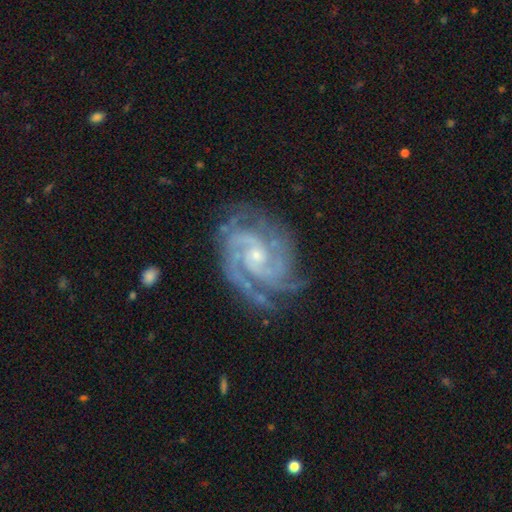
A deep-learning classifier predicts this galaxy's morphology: smooth-or-featured: featured or disk: 92% | star or artifact: 5% | smooth: 3%
  disk-edge-on: no: 98% | yes: 2%
    bar: no: 66% | weak: 26% | strong: 8%
    has-spiral-arms: yes: 99% | no: 1%
      spiral-winding: tight: 63% | medium: 33% | loose: 4%
      spiral-arm-count: 2: 37% | 3: 33% | 4: 10% | can't tell: 10% | more than 4: 5% | 1: 5%
    bulge-size: small: 74% | moderate: 22% | none: 2% | large: 1% | dominant: 1%
  merging: none: 71% | minor disturbance: 19% | major disturbance: 8% | merger: 2%